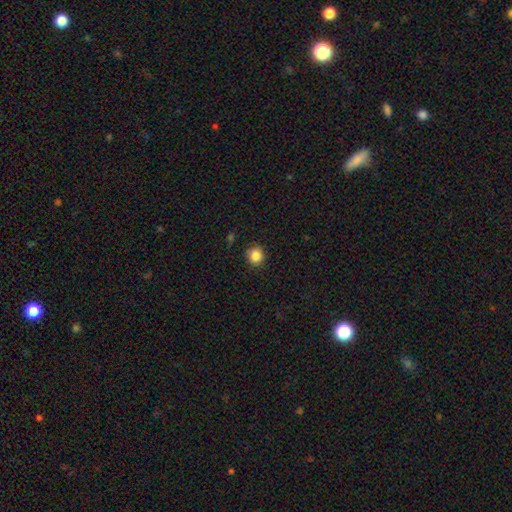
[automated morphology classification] smooth 86%, star or artifact 10%, featured or disk 4%. Down the decision tree: how rounded — round (88%); merging — none (88%).